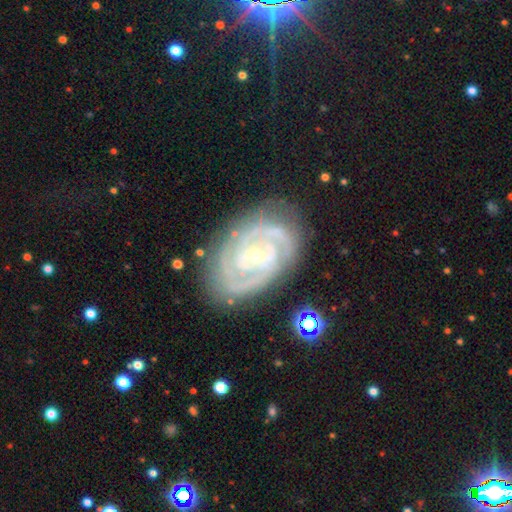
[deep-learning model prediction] Overall: featured or disk (90%). Edge-on disk: no (97%). Bar: no (49%; weak 34%). Spiral arms: yes (98%). Spiral arm count: 2 (44%; 3 25%). Spiral winding: tight (76%). Bulge size: small (73%). Merging: none (79%).